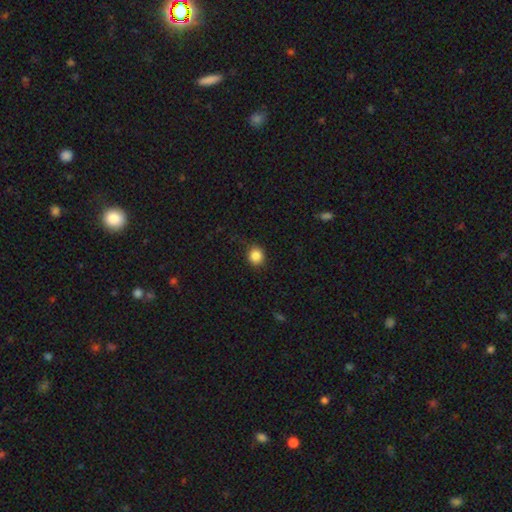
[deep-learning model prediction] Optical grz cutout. It shows a smooth galaxy with no disk features (86%) that is round (84%). Merging: none (84%).